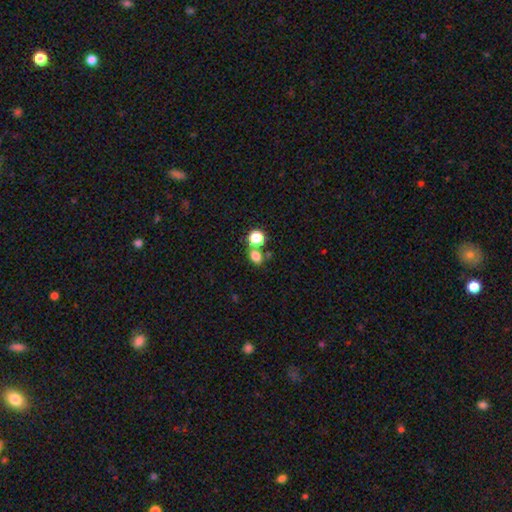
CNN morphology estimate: smooth-or-featured: smooth: 77% | star or artifact: 16% | featured or disk: 7%
  how-rounded: round: 52% | in between: 47% | cigar-shaped: 1%
  merging: none: 61% | merger: 26% | minor disturbance: 9% | major disturbance: 4%